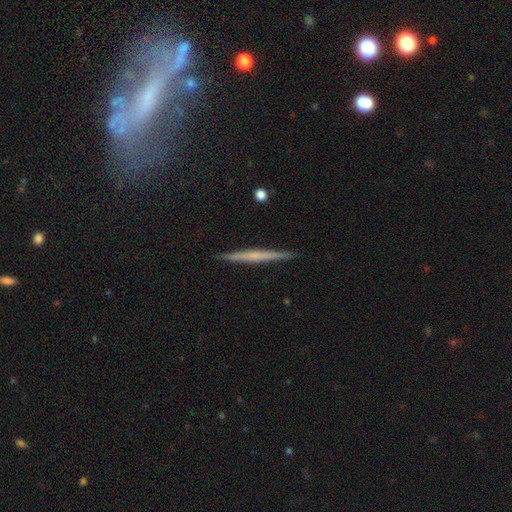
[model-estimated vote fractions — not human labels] A featured or disk galaxy (57%) viewed edge-on (98%) with no central bulge (70%). Merging: none (92%).